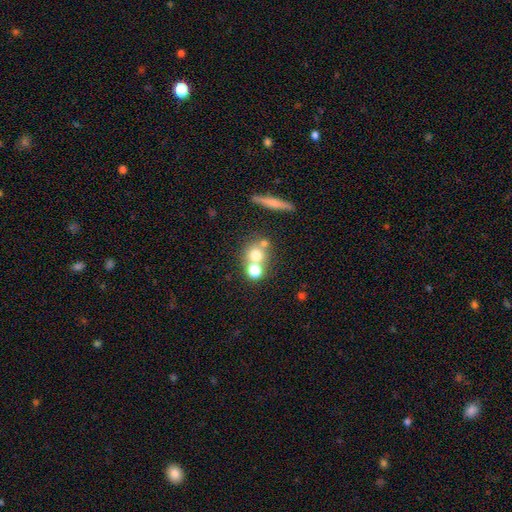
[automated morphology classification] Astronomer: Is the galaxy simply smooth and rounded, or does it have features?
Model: smooth — 65%.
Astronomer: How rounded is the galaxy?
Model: round — 81%.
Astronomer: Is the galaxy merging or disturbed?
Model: none — 49% (runner-up: merger, 39%).